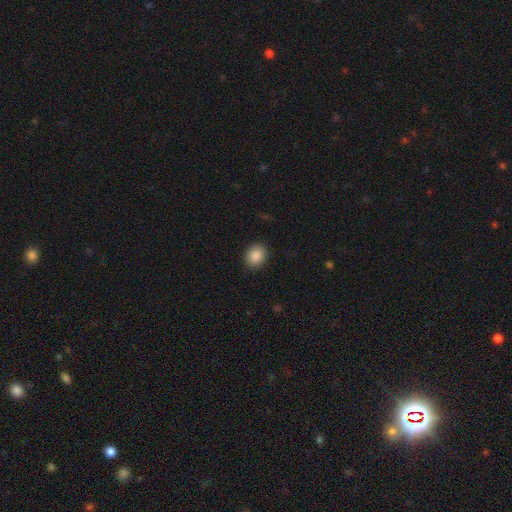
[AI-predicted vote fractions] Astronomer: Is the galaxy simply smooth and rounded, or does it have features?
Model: smooth — 88%.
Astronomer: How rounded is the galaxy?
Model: round — 58% (runner-up: in between, 41%).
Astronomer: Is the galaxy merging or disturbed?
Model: none — 89%.